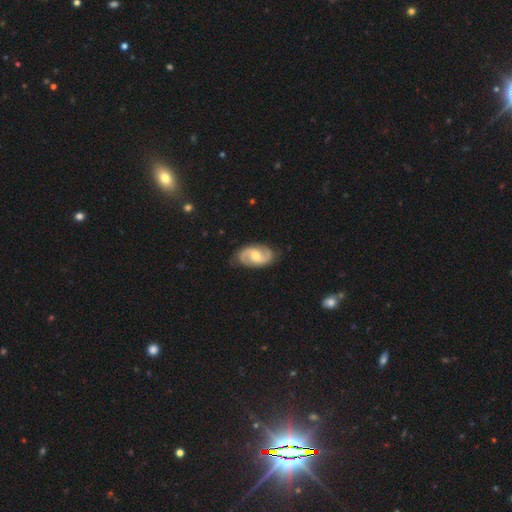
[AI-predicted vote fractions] Smooth or featured? featured or disk (84%)
Edge-on disk? no (97%)
Bar? no (47%)
Spiral arms? yes (96%)
Spiral winding? medium (51%)
Spiral arm count? 2 (91%)
Bulge size? moderate (60%)
Merging? none (81%)